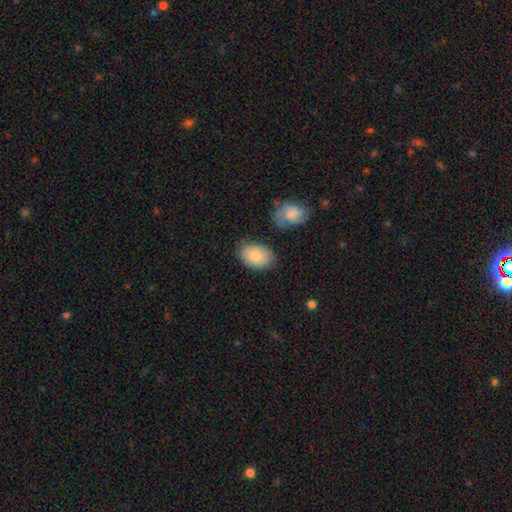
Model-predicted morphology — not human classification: Q: Smooth or featured?
A: smooth (81%); runner-up: featured or disk (13%)
Q: How rounded?
A: in between (86%); runner-up: round (13%)
Q: Merging?
A: none (76%); runner-up: minor disturbance (15%)